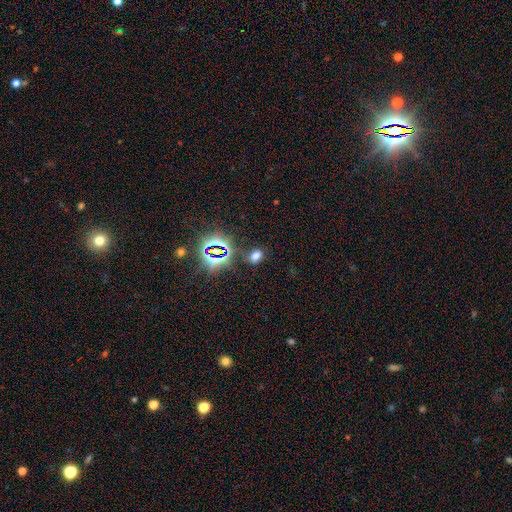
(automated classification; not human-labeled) Smooth or featured? smooth (59%)
How rounded? in between (72%)
Merging? none (80%)